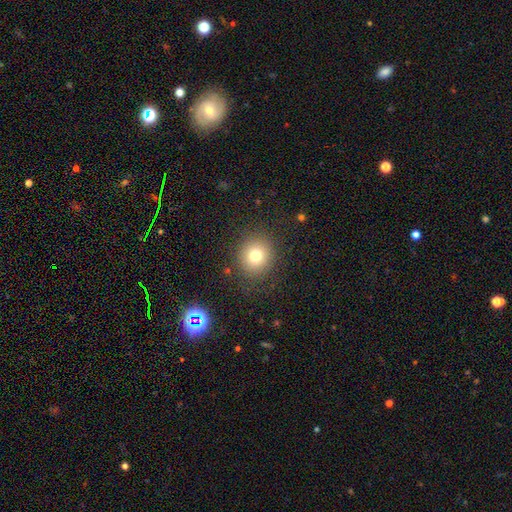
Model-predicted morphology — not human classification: This is likely a smooth galaxy (77%). How rounded: clearly round (88%). Merging: clearly none (87%).